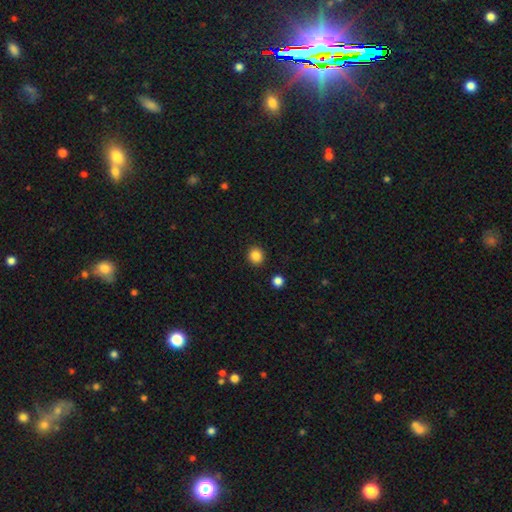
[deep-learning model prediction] Overall: smooth (85%). How rounded: round (90%). Merging: none (91%).